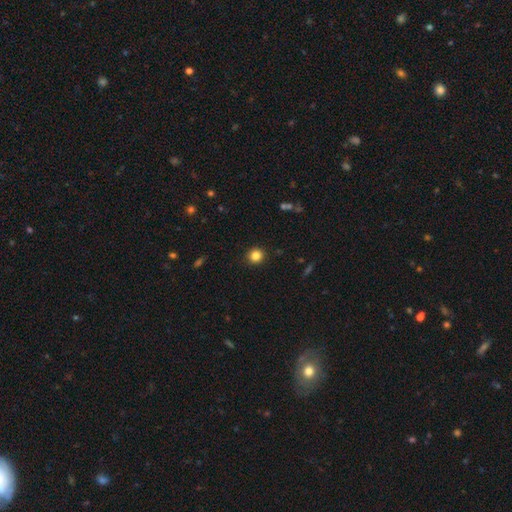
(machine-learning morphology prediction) This is clearly a smooth galaxy (84%). How rounded: clearly round (91%). Merging: clearly none (91%).